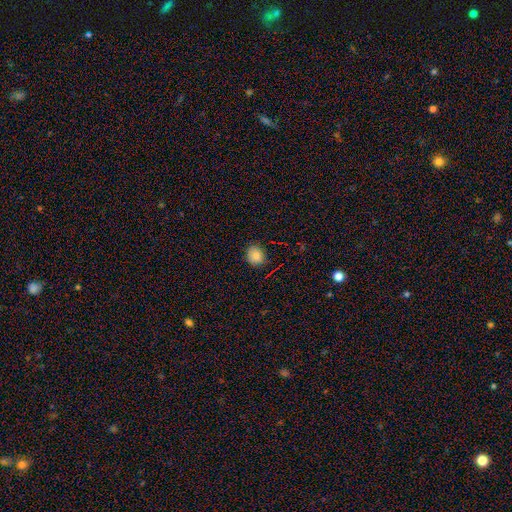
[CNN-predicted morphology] This appears to be a smooth galaxy with no disk features (83%) that is round (70%). Merging: none (80%).